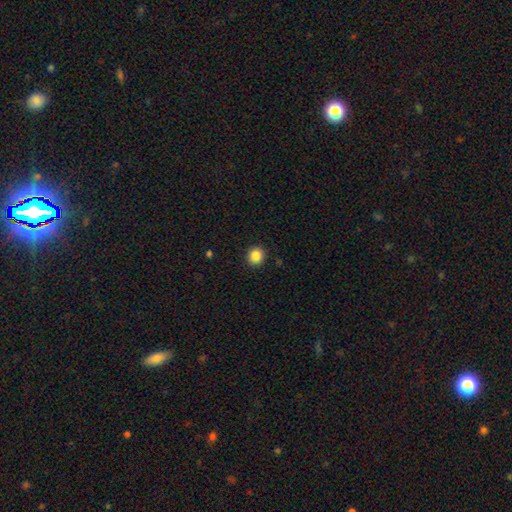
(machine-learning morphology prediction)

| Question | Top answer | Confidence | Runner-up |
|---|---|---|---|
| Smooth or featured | smooth | 86% | star or artifact (10%) |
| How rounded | round | 92% | in between (8%) |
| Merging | none | 92% | minor disturbance (5%) |